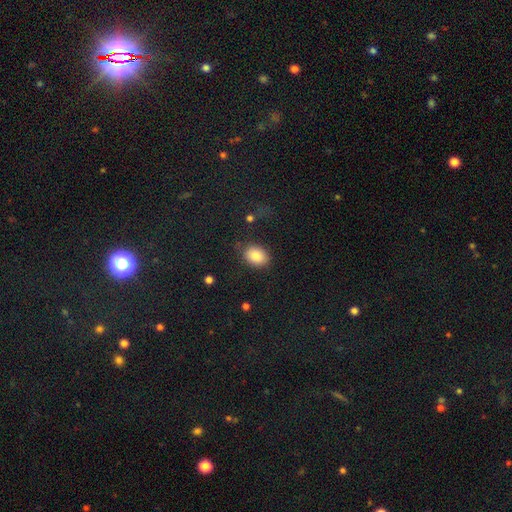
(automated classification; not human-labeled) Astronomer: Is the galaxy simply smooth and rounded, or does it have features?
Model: smooth — 85%.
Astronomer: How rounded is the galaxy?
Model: in between — 71%.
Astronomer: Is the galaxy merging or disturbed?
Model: none — 80%.